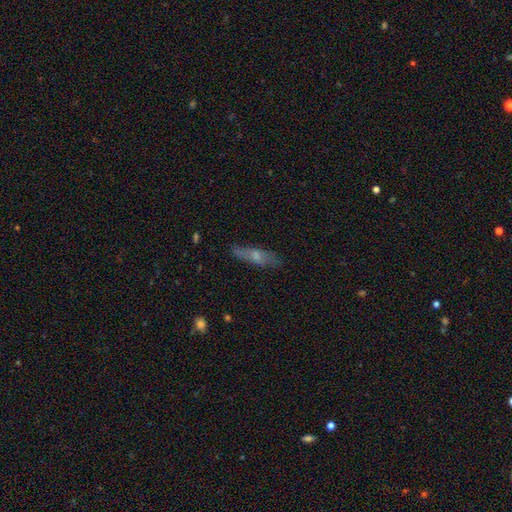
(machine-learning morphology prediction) This is possibly a smooth galaxy (50%). How rounded: likely cigar-shaped (68%). Merging: likely none (76%).